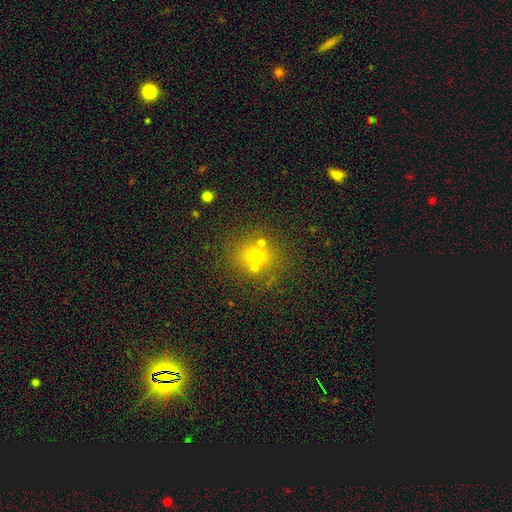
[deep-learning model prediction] Overall: smooth (63%). How rounded: round (81%). Merging: none (65%).